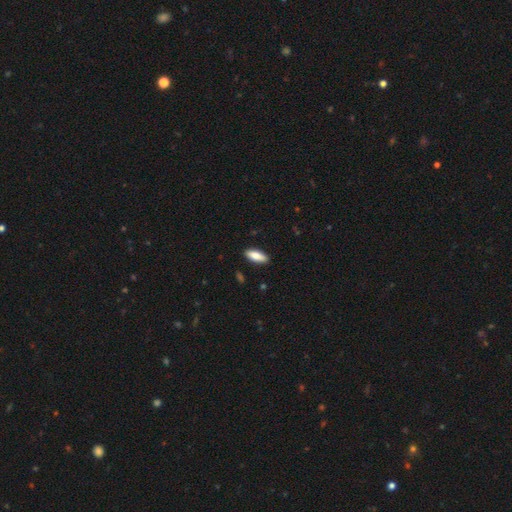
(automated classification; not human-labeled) This appears to be a smooth galaxy with no disk features (80%) that is in between round and cigar-shaped (70%). Merging: none (89%).